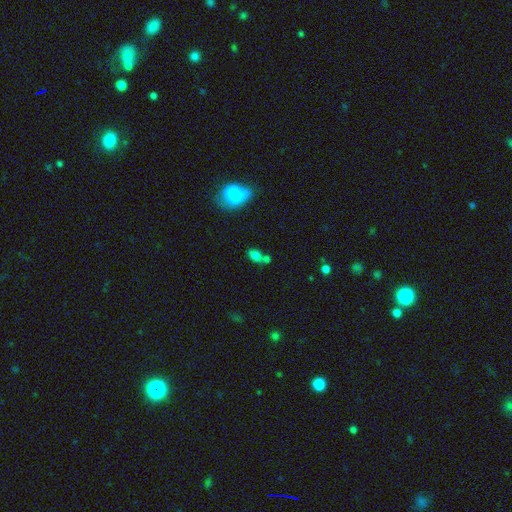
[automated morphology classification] smooth-or-featured: smooth: 75% | star or artifact: 14% | featured or disk: 11%
  how-rounded: in between: 75% | round: 22% | cigar-shaped: 4%
  merging: none: 42% | merger: 38% | minor disturbance: 14% | major disturbance: 6%